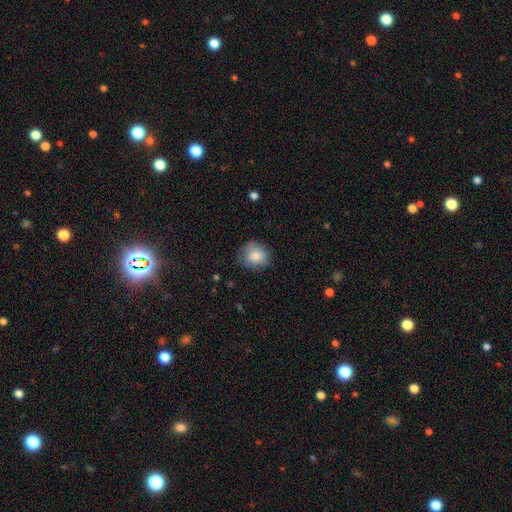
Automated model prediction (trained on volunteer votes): Morphology: type=smooth (84%); roundness=round (78%); merging=none (75%).